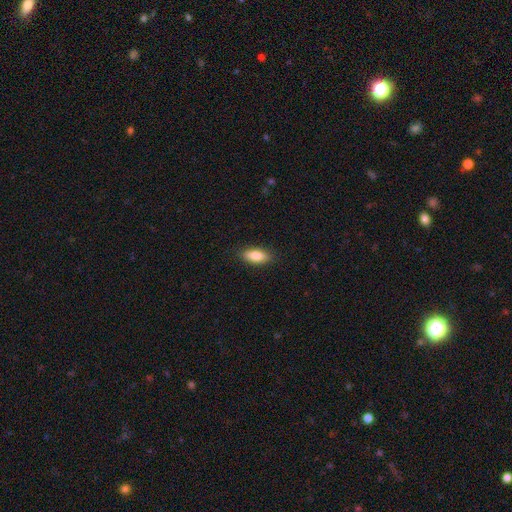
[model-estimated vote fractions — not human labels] This is clearly a smooth galaxy (86%). How rounded: clearly in between (82%). Merging: clearly none (88%).